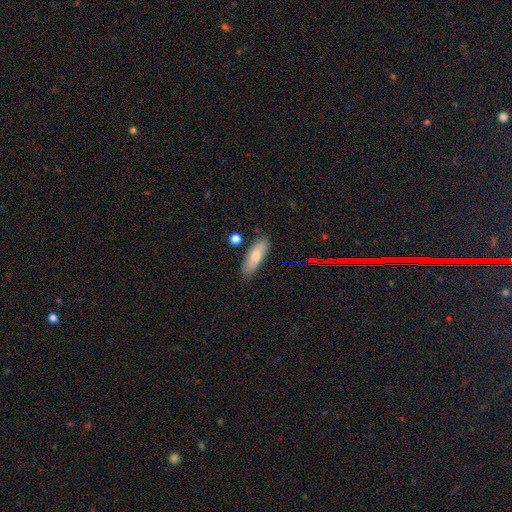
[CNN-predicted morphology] smooth-or-featured: smooth: 71% | featured or disk: 22% | star or artifact: 7%
  how-rounded: in between: 51% | cigar-shaped: 46% | round: 2%
  merging: none: 79% | minor disturbance: 15% | merger: 3% | major disturbance: 3%